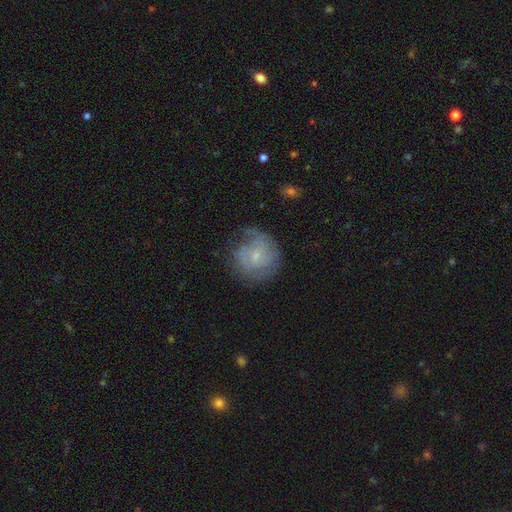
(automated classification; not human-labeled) Morphology: type=featured or disk (57%); edge-on=no (98%); bar=no (71%); spiral arms=yes (80%); bulge=small (73%); merging=none (56%).